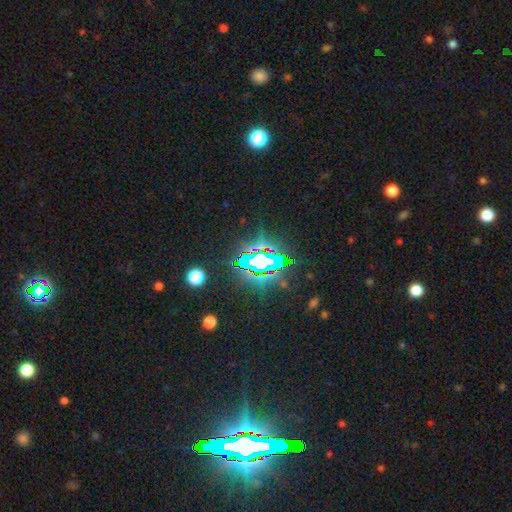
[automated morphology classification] Smooth or featured?
  - star or artifact: 75% *
  - smooth: 13%
  - featured or disk: 11%